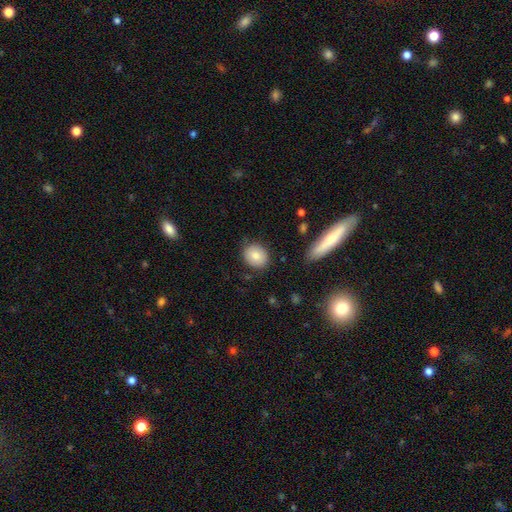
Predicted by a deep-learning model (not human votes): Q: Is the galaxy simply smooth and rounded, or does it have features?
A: smooth — 81%.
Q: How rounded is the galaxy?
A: round — 68%.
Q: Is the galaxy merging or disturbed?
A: none — 83%.